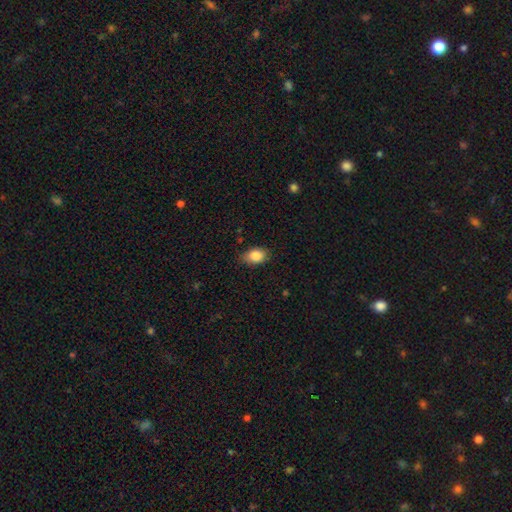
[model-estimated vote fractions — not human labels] Smooth or featured?
  - smooth: 86% *
  - star or artifact: 8%
  - featured or disk: 6%
How rounded?
  - in between: 81% *
  - round: 18%
  - cigar-shaped: 2%
Merging?
  - none: 77% *
  - minor disturbance: 19%
  - major disturbance: 3%
  - merger: 1%